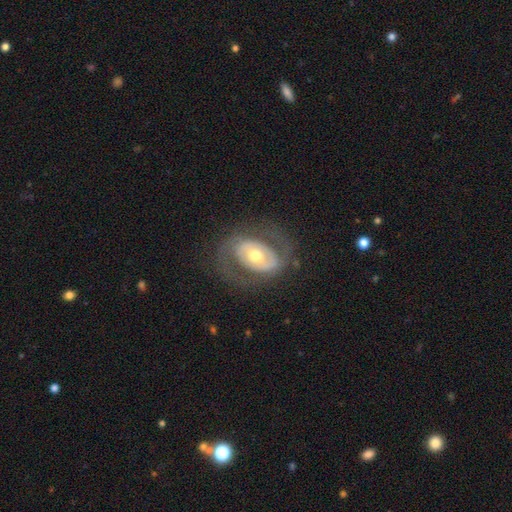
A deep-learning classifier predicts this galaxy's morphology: Overall: featured or disk (71%). Edge-on disk: no (94%). Bar: no (58%; weak 27%). Spiral arms: yes (54%; no 46%). Bulge size: moderate (72%). Merging: none (68%).